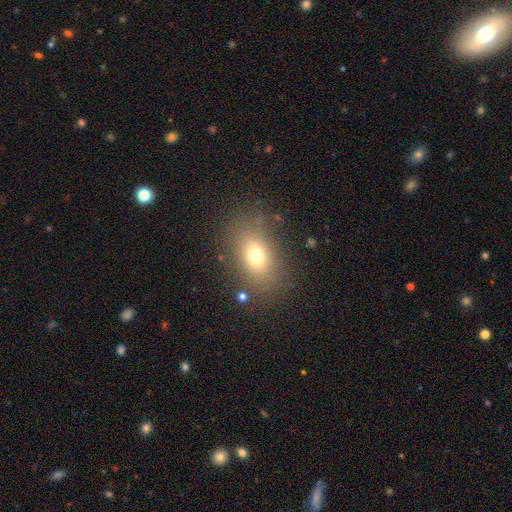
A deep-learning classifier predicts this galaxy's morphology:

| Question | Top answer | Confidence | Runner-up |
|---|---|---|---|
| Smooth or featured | smooth | 72% | star or artifact (15%) |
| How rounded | in between | 74% | round (24%) |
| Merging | none | 80% | minor disturbance (12%) |